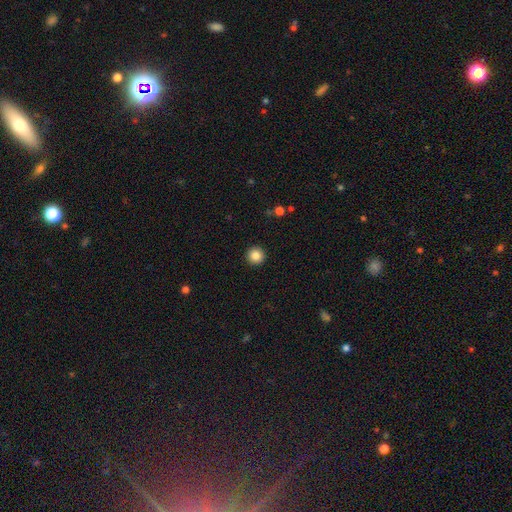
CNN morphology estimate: A smooth galaxy with no disk features (86%) that is round (96%). Merging: none (94%).